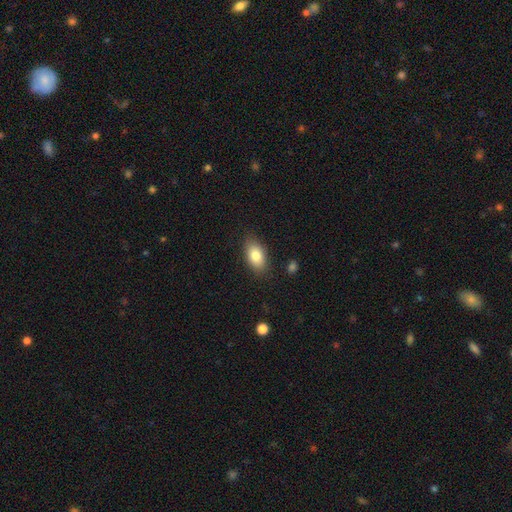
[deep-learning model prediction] This appears to be a smooth galaxy with no disk features (82%) that is in between round and cigar-shaped (91%). Merging: none (85%).